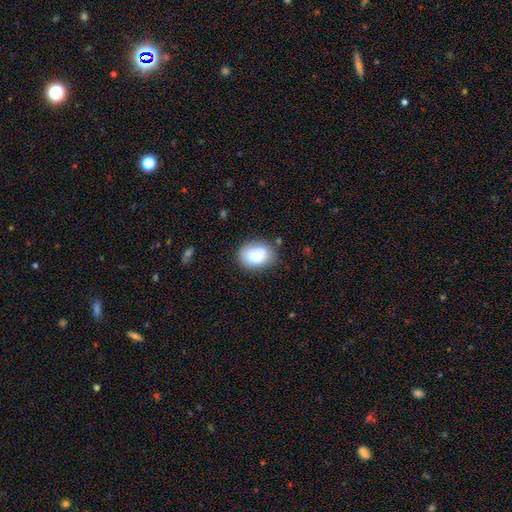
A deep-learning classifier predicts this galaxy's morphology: Q: Smooth or featured?
A: smooth (84%); runner-up: featured or disk (9%)
Q: How rounded?
A: in between (71%); runner-up: round (28%)
Q: Merging?
A: none (72%); runner-up: minor disturbance (18%)